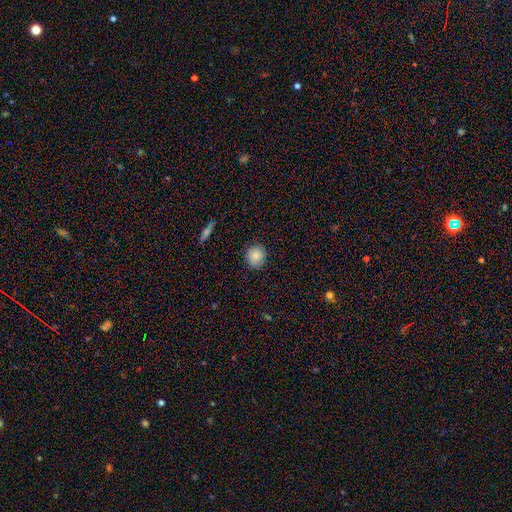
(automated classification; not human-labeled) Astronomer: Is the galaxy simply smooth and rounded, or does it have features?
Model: smooth — 81%.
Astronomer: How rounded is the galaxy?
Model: round — 85%.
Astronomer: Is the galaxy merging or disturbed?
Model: none — 86%.